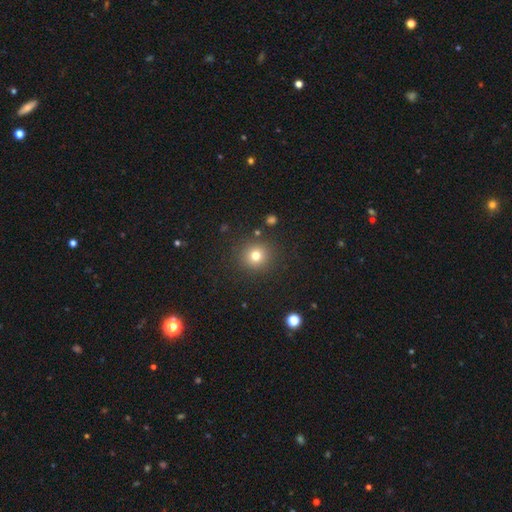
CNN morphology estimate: A smooth galaxy with no disk features (76%) that is round (92%). Merging: none (89%).